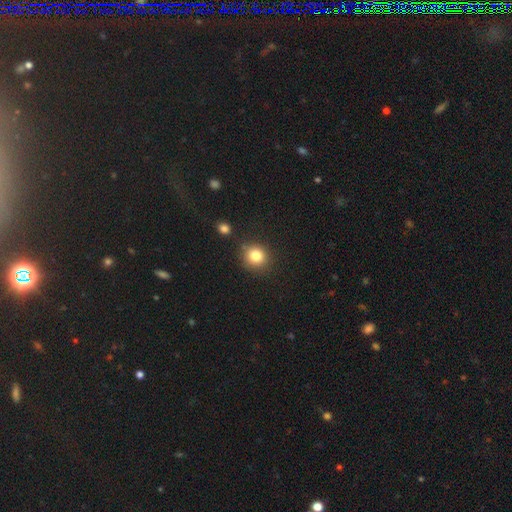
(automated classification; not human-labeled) This appears to be a smooth galaxy with no disk features (82%) that is round (88%). Merging: none (81%).